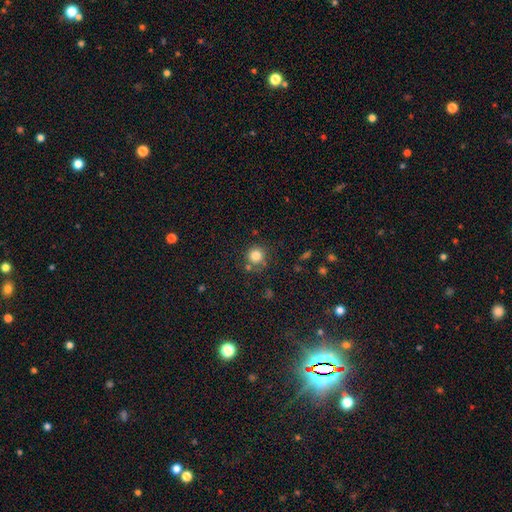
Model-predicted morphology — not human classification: Overall: smooth (82%). How rounded: round (93%). Merging: none (77%).